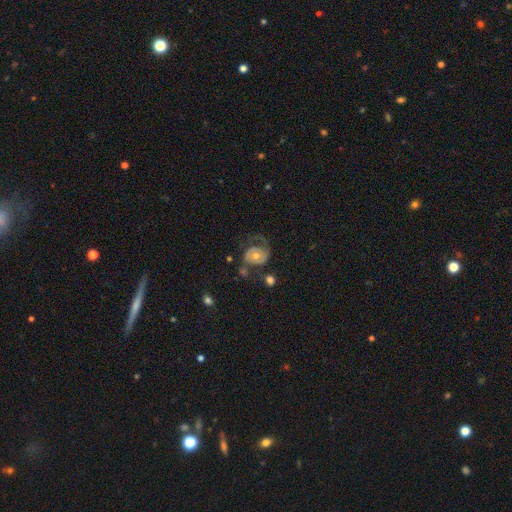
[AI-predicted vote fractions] This appears to be a featured or disk galaxy (75%) with no bar (77%), 2 (46%) tight (43%) spiral arms (84%) and a moderate central bulge (63%). Merging: none (43%).